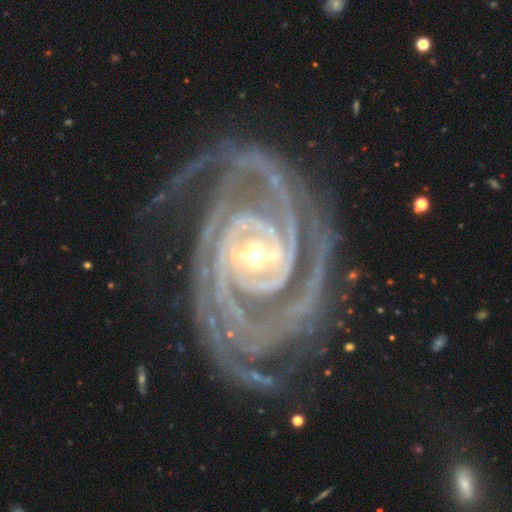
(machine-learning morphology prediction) smooth_or_featured: featured or disk (p=0.94) [alt: star or artifact p=0.04]
disk_edge_on: no (p=0.97) [alt: yes p=0.03]
bar: weak (p=0.34) [alt: no p=0.33]
has_spiral_arms: yes (p=0.99) [alt: no p=0.01]
spiral_winding: tight (p=0.76) [alt: medium p=0.21]
spiral_arm_count: 2 (p=0.28) [alt: 3 p=0.25]
bulge_size: small (p=0.57) [alt: moderate p=0.39]
merging: none (p=0.69) [alt: minor disturbance p=0.18]